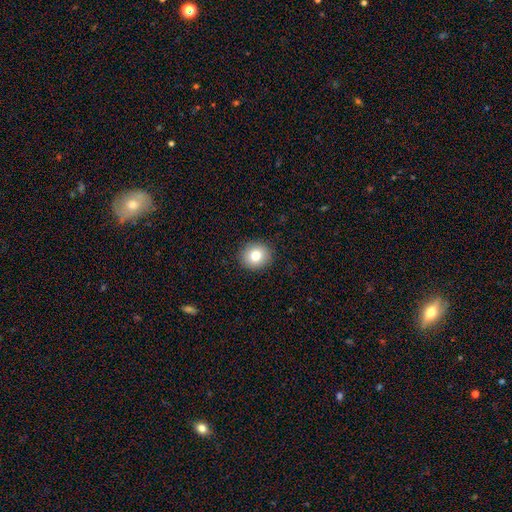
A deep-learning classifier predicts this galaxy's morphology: This is likely a smooth galaxy (79%). How rounded: clearly round (86%). Merging: clearly none (91%).